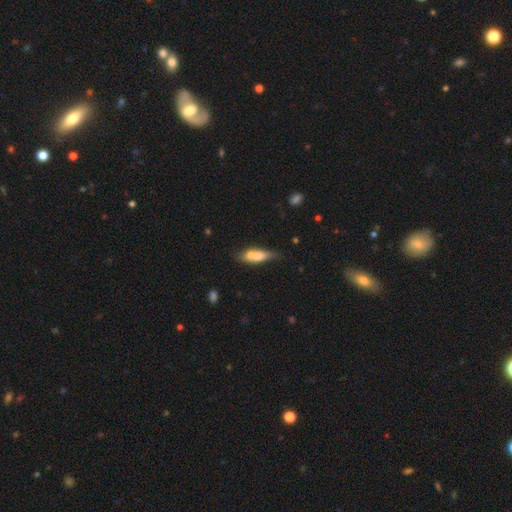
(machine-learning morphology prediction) smooth 62%, featured or disk 31%, star or artifact 7%. Down the decision tree: how rounded — cigar-shaped (50%); merging — none (44%).